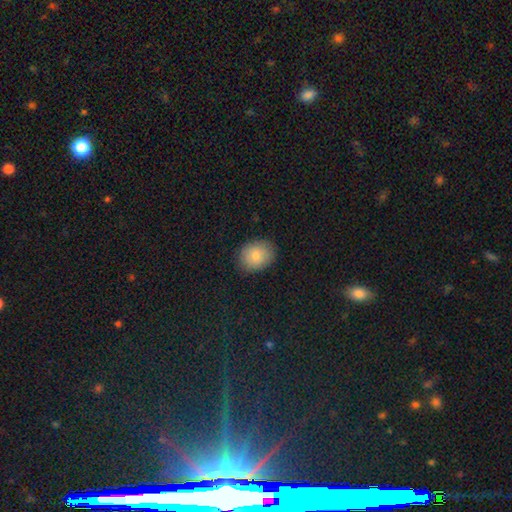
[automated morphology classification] smooth 82%, featured or disk 10%, star or artifact 8%. Down the decision tree: how rounded — round (50%); merging — none (85%).